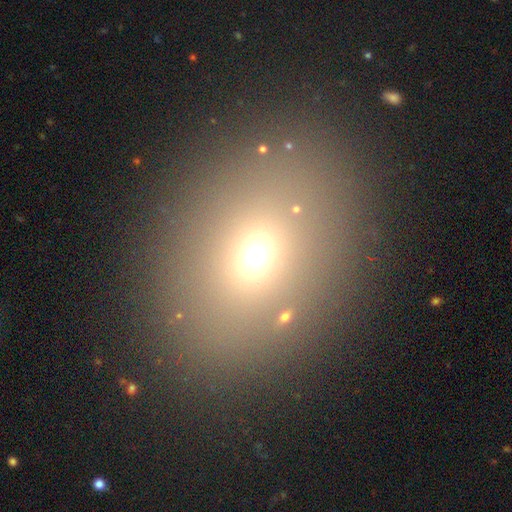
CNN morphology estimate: Overall: smooth (67%). How rounded: in between (56%; round 43%). Merging: none (83%).